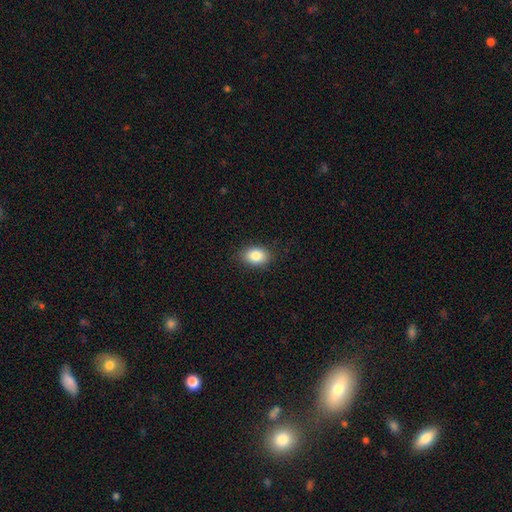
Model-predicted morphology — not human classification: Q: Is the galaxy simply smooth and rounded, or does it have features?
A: smooth — 85%.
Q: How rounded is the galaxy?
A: in between — 79%.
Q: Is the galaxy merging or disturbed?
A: none — 86%.